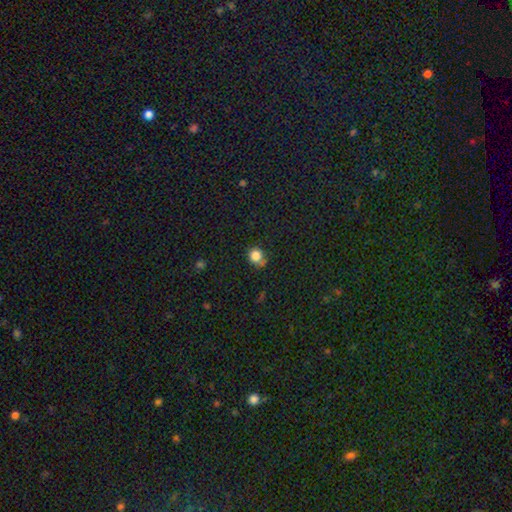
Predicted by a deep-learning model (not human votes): Smooth or featured: smooth — 83% (star or artifact — 11%)
How rounded: round — 78% (in between — 22%)
Merging: none — 58% (minor disturbance — 29%)